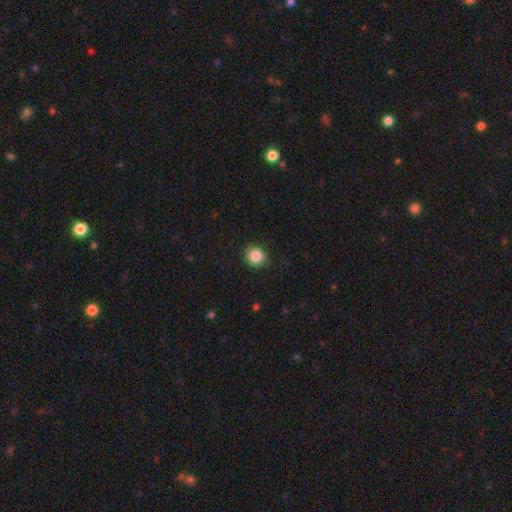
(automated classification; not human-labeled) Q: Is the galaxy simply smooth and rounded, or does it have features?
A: smooth — 86%.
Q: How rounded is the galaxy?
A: round — 90%.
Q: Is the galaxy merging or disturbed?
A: none — 90%.